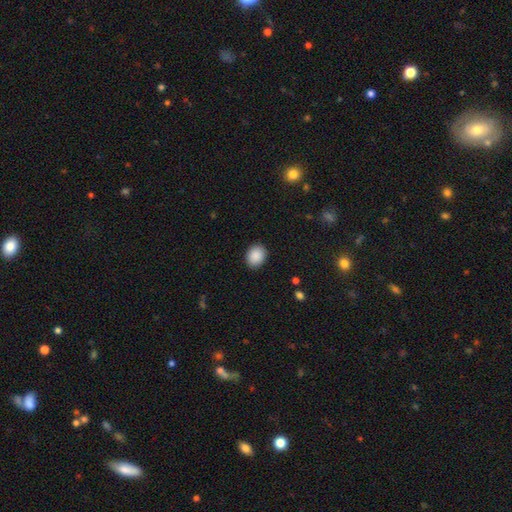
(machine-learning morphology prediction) A smooth galaxy with no disk features (90%) that is in between round and cigar-shaped (55%). Merging: none (90%).